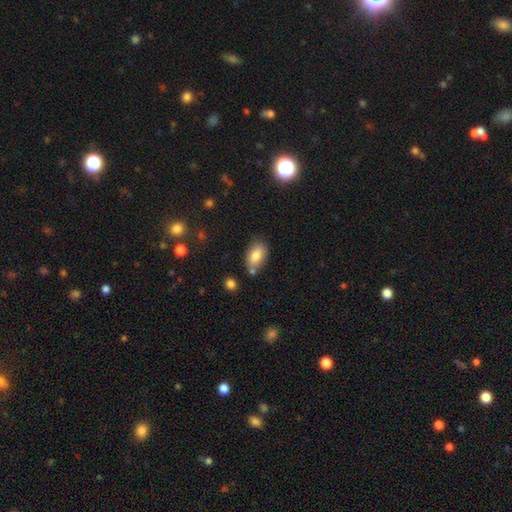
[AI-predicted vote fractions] A smooth galaxy with no disk features (81%) that is in between round and cigar-shaped (90%). Merging: none (70%).